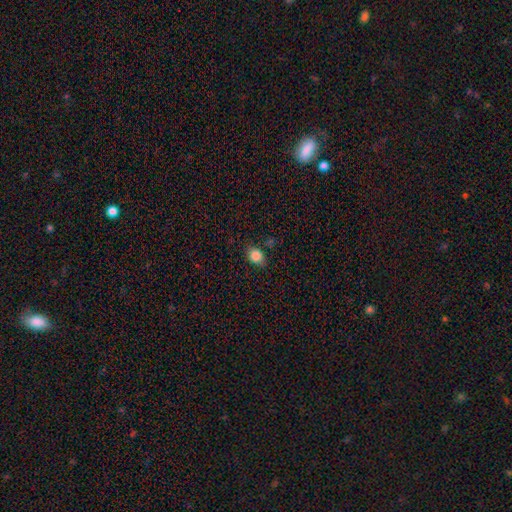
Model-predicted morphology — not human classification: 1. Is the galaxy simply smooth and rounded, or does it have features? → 85% smooth, 10% star or artifact, 5% featured or disk.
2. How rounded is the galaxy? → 58% in between, 40% round, 1% cigar-shaped.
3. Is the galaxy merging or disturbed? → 79% none, 15% minor disturbance, 3% major disturbance, 3% merger.